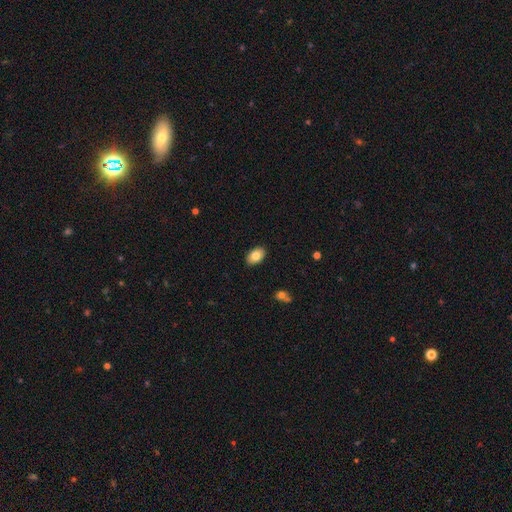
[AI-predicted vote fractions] Smooth or featured?
  - smooth: 82% *
  - featured or disk: 11%
  - star or artifact: 7%
How rounded?
  - in between: 91% *
  - round: 8%
  - cigar-shaped: 1%
Merging?
  - none: 89% *
  - minor disturbance: 8%
  - major disturbance: 2%
  - merger: 1%